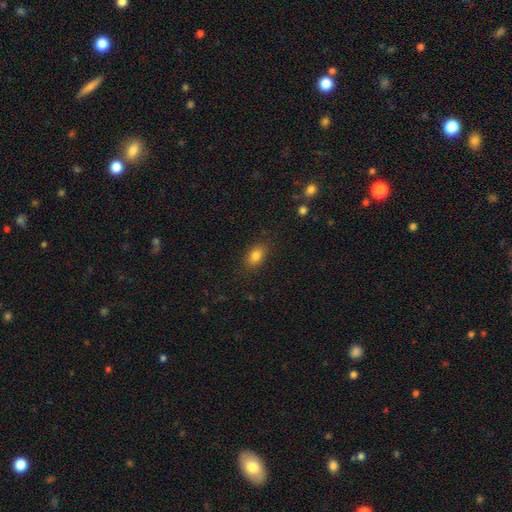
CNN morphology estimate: This is clearly a smooth galaxy (82%). How rounded: clearly in between (82%). Merging: clearly none (86%).